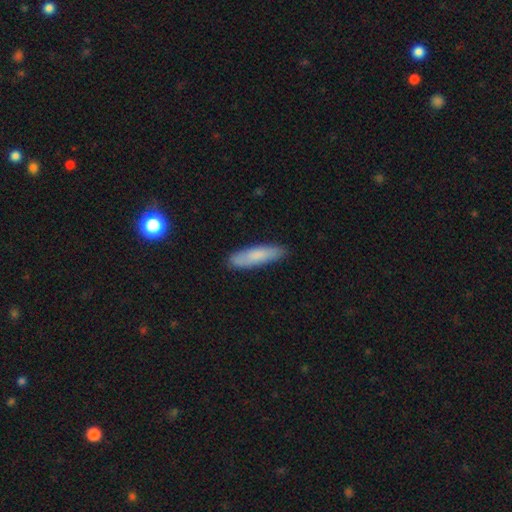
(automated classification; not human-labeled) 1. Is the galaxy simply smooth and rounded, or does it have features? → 78% smooth, 16% featured or disk, 6% star or artifact.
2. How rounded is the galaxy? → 68% cigar-shaped, 30% in between, 2% round.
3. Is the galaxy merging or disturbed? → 85% none, 12% minor disturbance, 2% major disturbance, 1% merger.